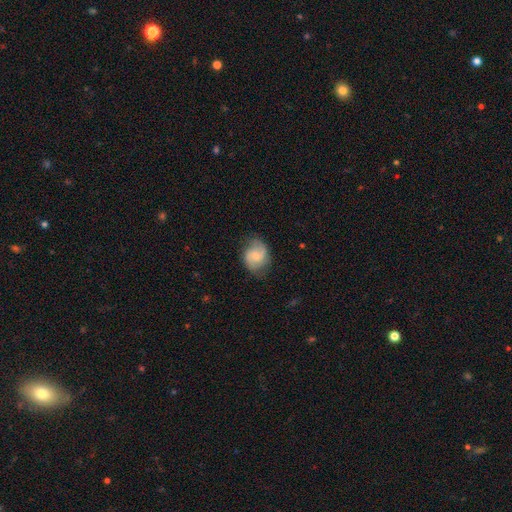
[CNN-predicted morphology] A featured or disk galaxy (57%) with no bar (58%), 2 (84%) medium (46%) spiral arms (91%) and a small central bulge (58%). Merging: none (71%).